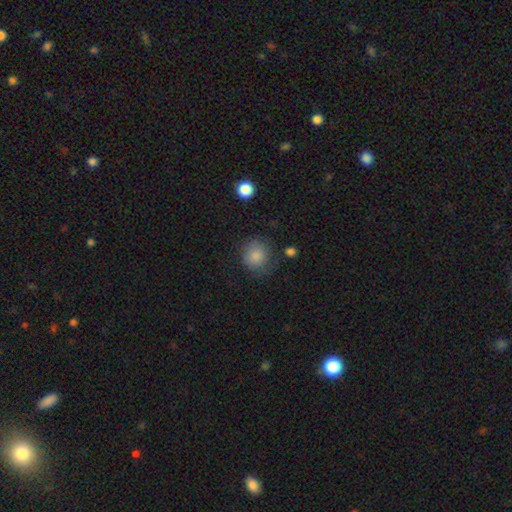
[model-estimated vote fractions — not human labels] Smooth or featured? smooth (85%)
How rounded? round (87%)
Merging? none (74%)